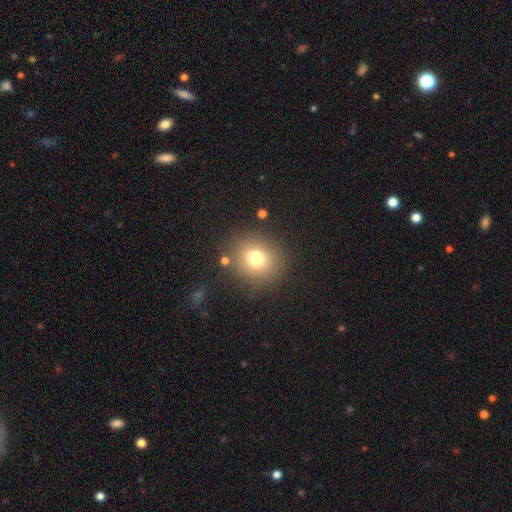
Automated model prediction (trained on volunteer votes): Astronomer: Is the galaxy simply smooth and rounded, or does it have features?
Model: smooth — 73%.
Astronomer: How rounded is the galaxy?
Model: round — 80%.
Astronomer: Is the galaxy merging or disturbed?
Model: none — 80%.